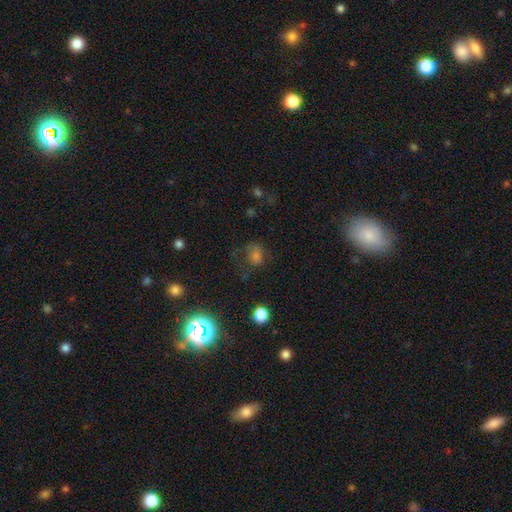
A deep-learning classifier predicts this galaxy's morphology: smooth_or_featured: smooth (p=0.55) [alt: star or artifact p=0.31]
how_rounded: round (p=0.50) [alt: in between p=0.49]
merging: none (p=0.53) [alt: minor disturbance p=0.23]